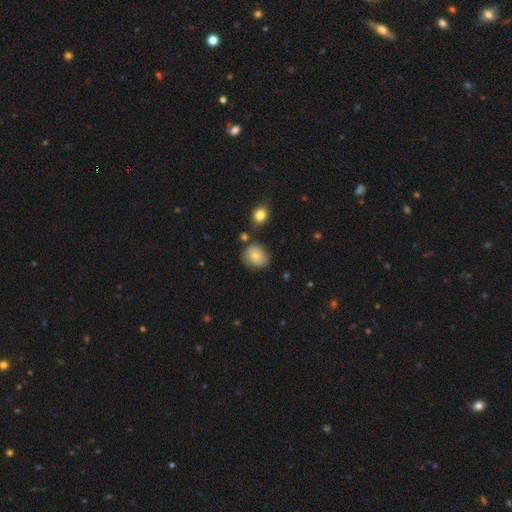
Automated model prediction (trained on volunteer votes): This is likely a smooth galaxy (69%). How rounded: possibly round (60%). Merging: likely none (72%).